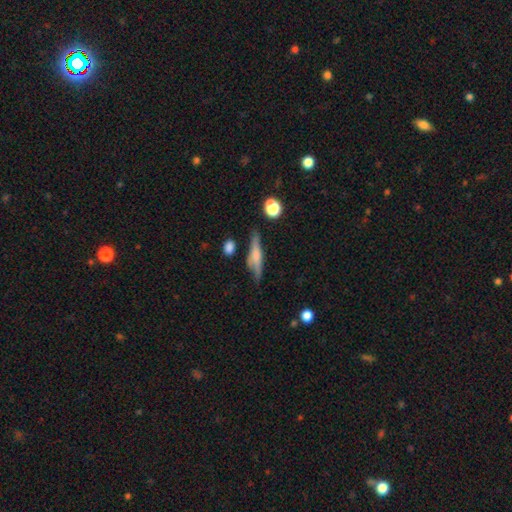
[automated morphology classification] Overall: smooth (48%; featured or disk 44%). Merging: none (62%; minor disturbance 24%).